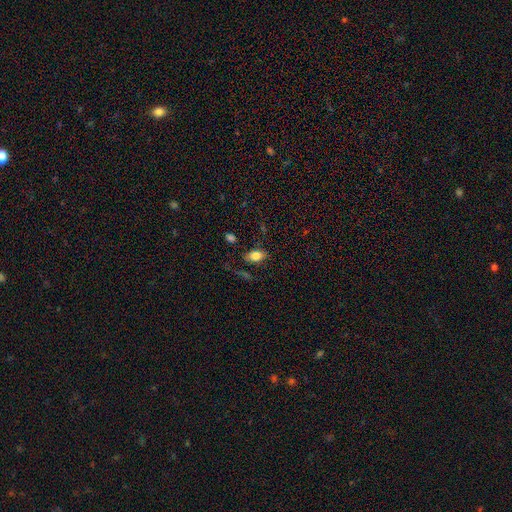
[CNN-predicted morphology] This is likely a smooth galaxy (78%). How rounded: clearly in between (87%). Merging: likely none (78%).